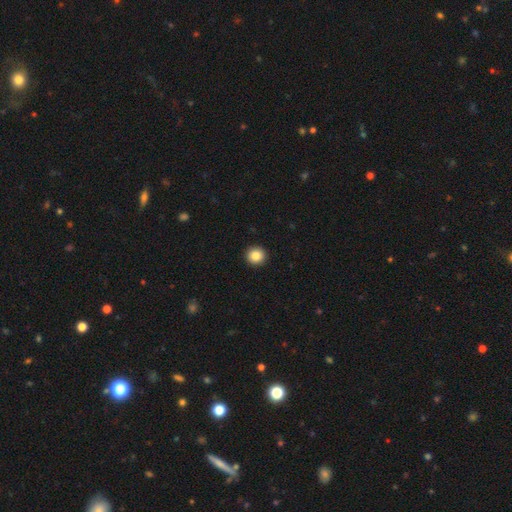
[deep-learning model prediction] Smooth or featured?
  - smooth: 86% *
  - star or artifact: 9%
  - featured or disk: 5%
How rounded?
  - round: 94% *
  - in between: 5%
  - cigar-shaped: 1%
Merging?
  - none: 94% *
  - minor disturbance: 4%
  - major disturbance: 1%
  - merger: 1%